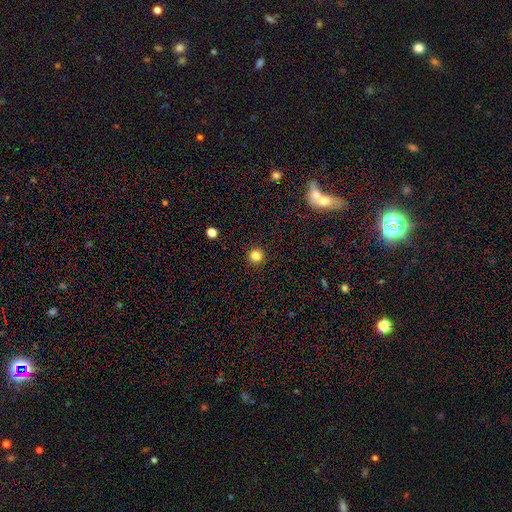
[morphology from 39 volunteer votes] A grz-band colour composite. It shows a smooth galaxy with no disk features (92%) that is round (94%). Merging: none (97%).